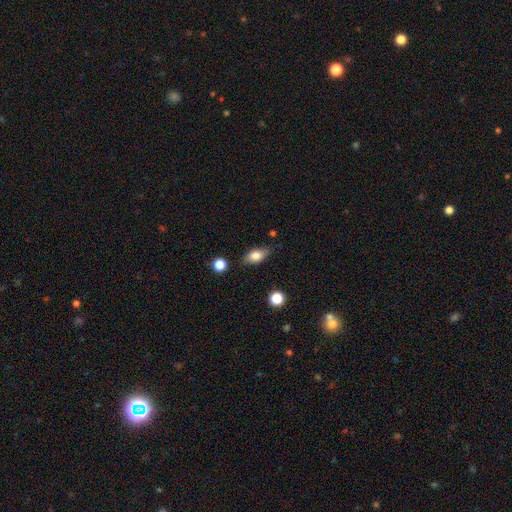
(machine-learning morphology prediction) Smooth or featured: smooth — 77% (featured or disk — 15%)
How rounded: in between — 84% (cigar-shaped — 8%)
Merging: none — 76% (minor disturbance — 18%)